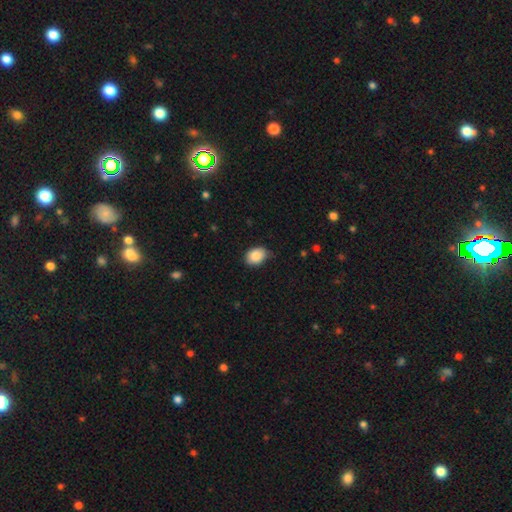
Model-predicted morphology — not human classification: This is clearly a smooth galaxy (87%). How rounded: likely in between (68%). Merging: likely none (70%).